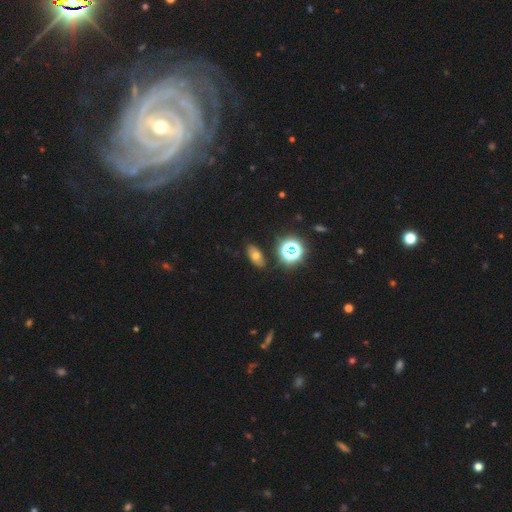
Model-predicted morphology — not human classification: Q: Smooth or featured?
A: smooth (57%); runner-up: star or artifact (26%)
Q: How rounded?
A: in between (82%); runner-up: round (13%)
Q: Merging?
A: none (84%); runner-up: minor disturbance (10%)